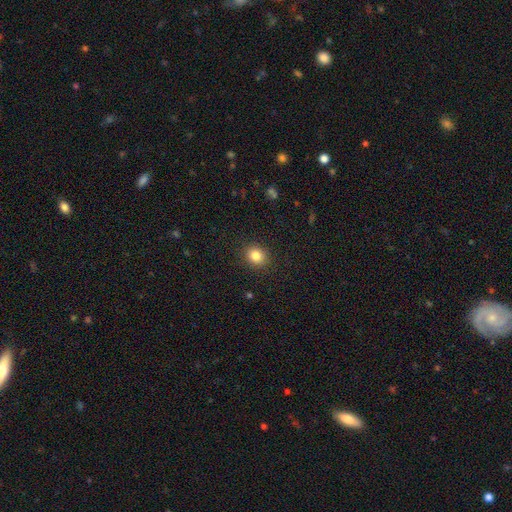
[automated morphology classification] type=smooth (84%); roundness=round (73%); merging=none (90%).